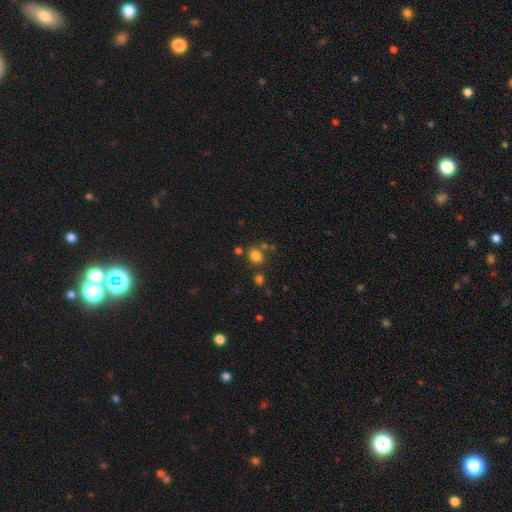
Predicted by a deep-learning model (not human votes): Overall: smooth (78%). How rounded: round (64%; in between 35%). Merging: none (71%).